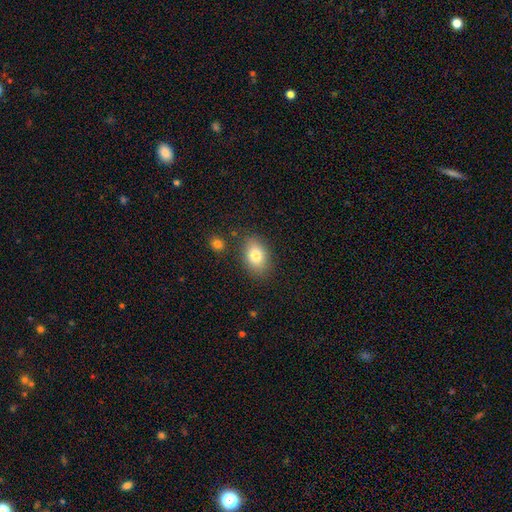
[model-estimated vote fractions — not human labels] Overall: smooth (80%). How rounded: in between (82%). Merging: none (81%).